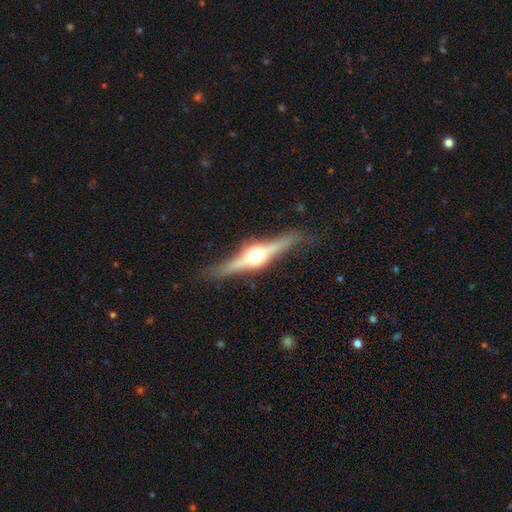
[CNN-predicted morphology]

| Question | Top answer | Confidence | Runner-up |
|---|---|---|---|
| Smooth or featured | featured or disk | 83% | smooth (12%) |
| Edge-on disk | yes | 97% | no (3%) |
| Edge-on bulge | rounded | 91% | boxy (7%) |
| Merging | none | 86% | minor disturbance (10%) |